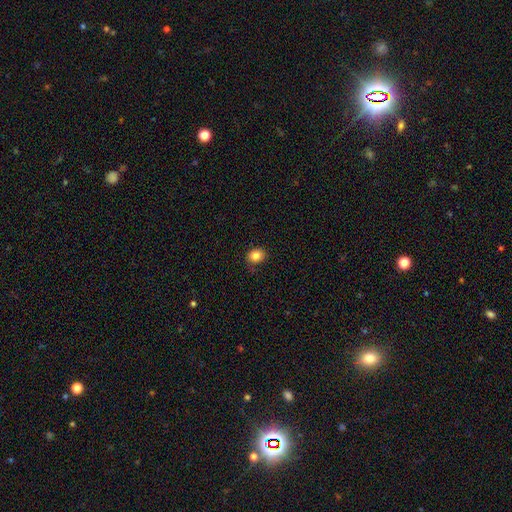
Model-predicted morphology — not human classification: Smooth or featured? smooth (84%)
How rounded? round (58%)
Merging? none (86%)